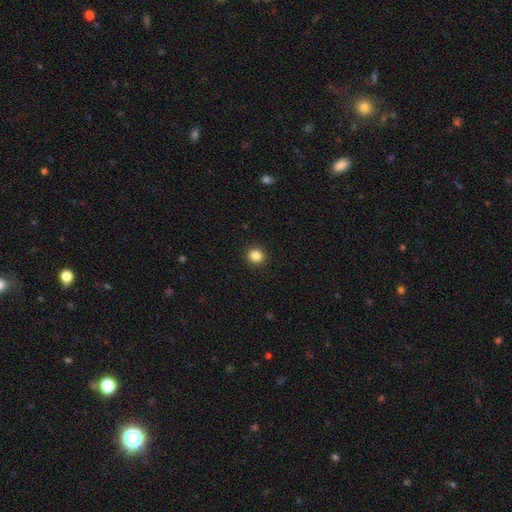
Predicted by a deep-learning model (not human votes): Smooth or featured?
  - smooth: 86% *
  - star or artifact: 10%
  - featured or disk: 4%
How rounded?
  - round: 89% *
  - in between: 10%
  - cigar-shaped: 1%
Merging?
  - none: 93% *
  - minor disturbance: 5%
  - major disturbance: 2%
  - merger: 1%